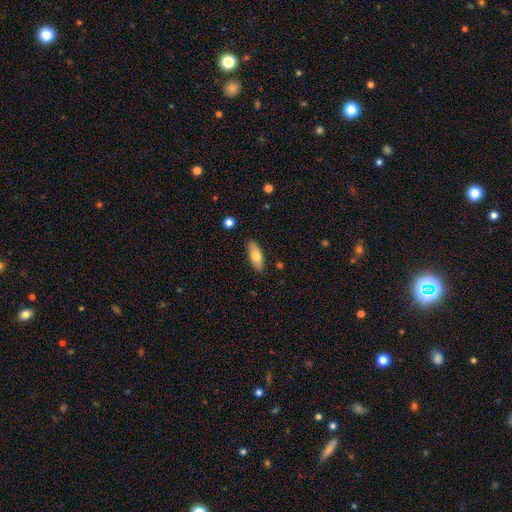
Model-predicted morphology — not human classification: Overall: smooth (72%). How rounded: in between (75%). Merging: none (86%).